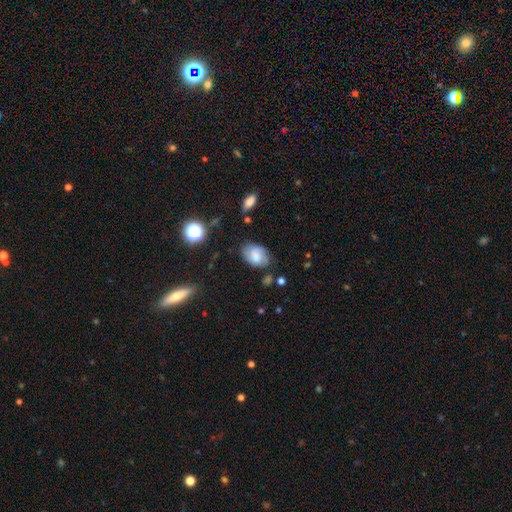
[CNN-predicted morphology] Overall: smooth (58%; featured or disk 31%). How rounded: in between (83%). Merging: none (67%).